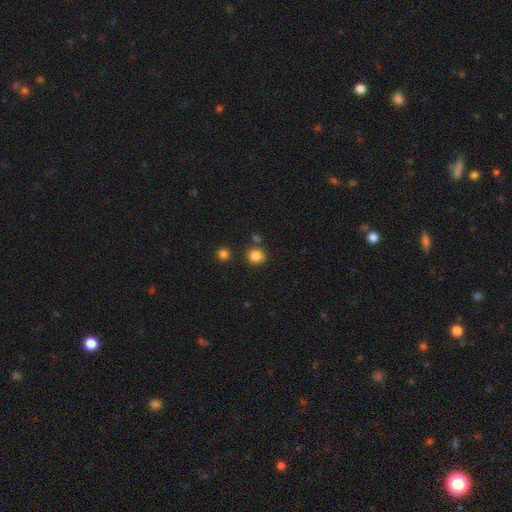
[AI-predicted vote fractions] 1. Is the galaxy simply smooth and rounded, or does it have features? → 85% smooth, 11% star or artifact, 4% featured or disk.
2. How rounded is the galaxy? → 89% round, 10% in between, 1% cigar-shaped.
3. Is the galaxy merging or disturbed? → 83% none, 8% minor disturbance, 7% merger, 3% major disturbance.